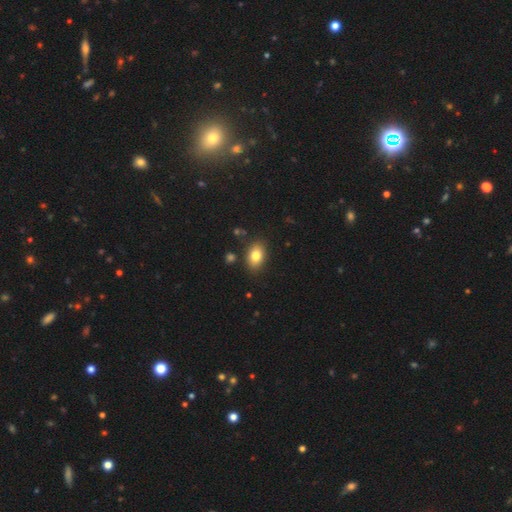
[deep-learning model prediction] The model was most divided on "how rounded": in between: 84%, round: 14%, cigar-shaped: 2%. More confident: merging — none (85%); smooth or featured — smooth (81%).